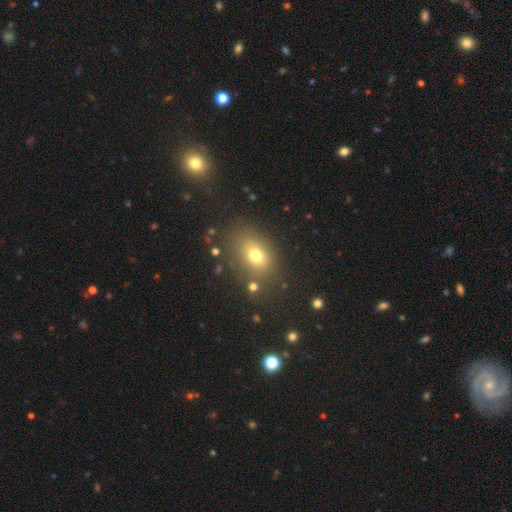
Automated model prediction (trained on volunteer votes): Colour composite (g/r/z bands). It shows a smooth galaxy with no disk features (72%) that is in between round and cigar-shaped (65%). Merging: none (76%).